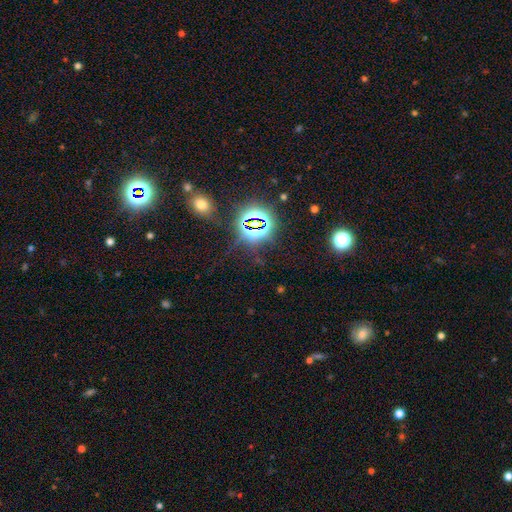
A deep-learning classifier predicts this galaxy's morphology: Q: Smooth or featured?
A: star or artifact (77%); runner-up: smooth (14%)